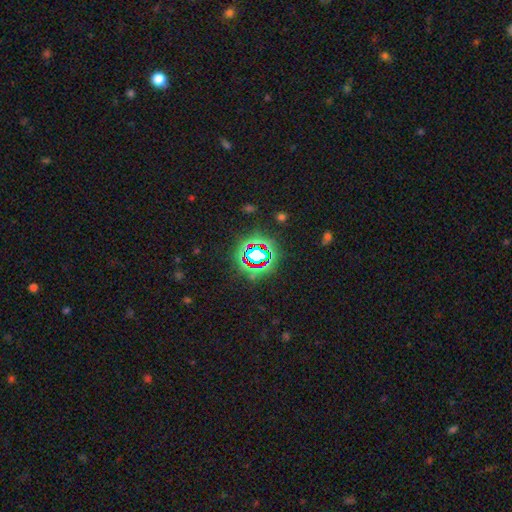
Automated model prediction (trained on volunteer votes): Morphology: type=star or artifact (73%).